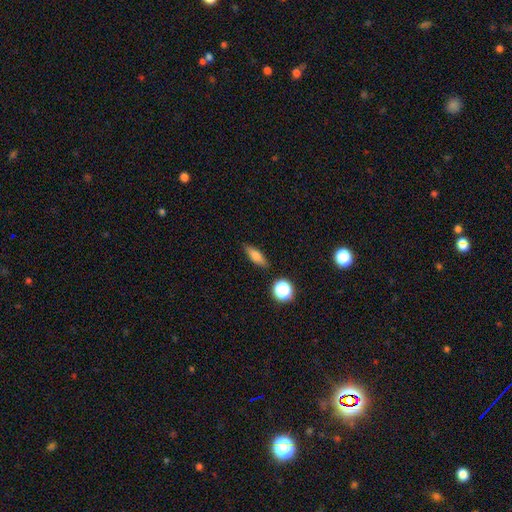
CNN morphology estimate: Smooth or featured?
  - smooth: 71% *
  - featured or disk: 19%
  - star or artifact: 10%
How rounded?
  - in between: 53% *
  - cigar-shaped: 40%
  - round: 7%
Merging?
  - none: 85% *
  - minor disturbance: 10%
  - major disturbance: 3%
  - merger: 2%